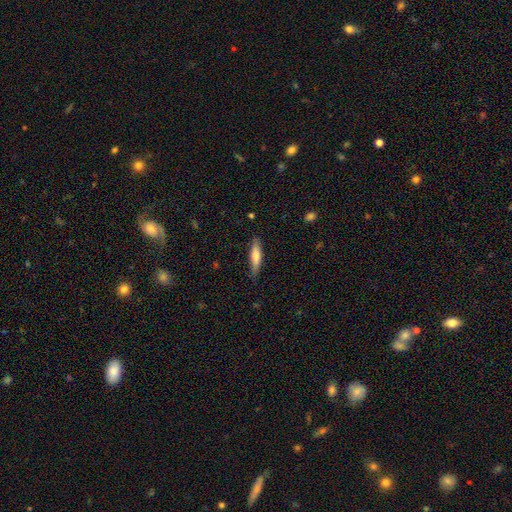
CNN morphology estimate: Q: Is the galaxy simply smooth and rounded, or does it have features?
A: smooth — 70%.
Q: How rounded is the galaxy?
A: cigar-shaped — 71%.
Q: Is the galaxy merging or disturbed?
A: none — 80%.